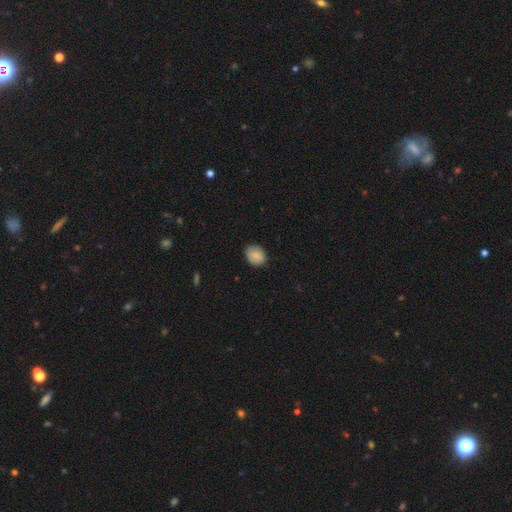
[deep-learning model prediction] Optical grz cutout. It shows a smooth galaxy with no disk features (87%) that is in between round and cigar-shaped (52%). Merging: none (82%).